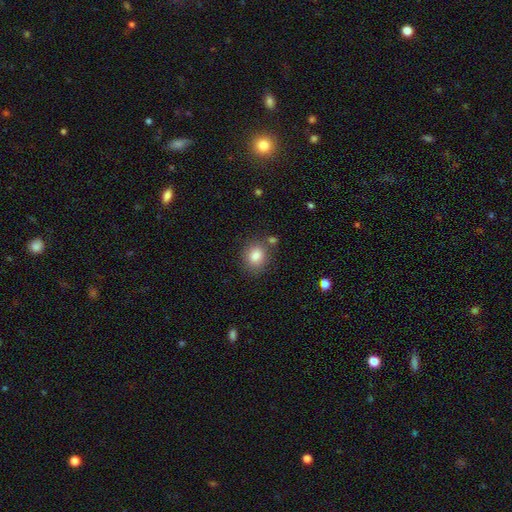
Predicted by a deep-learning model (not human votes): This is clearly a smooth galaxy (84%). How rounded: possibly round (57%). Merging: likely none (74%).